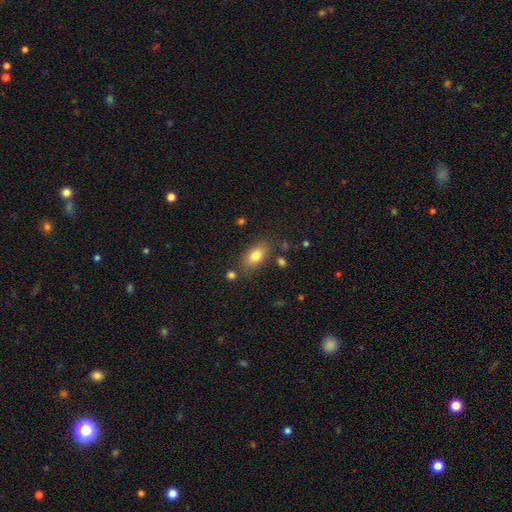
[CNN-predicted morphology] smooth-or-featured: smooth: 81% | featured or disk: 11% | star or artifact: 8%
  how-rounded: in between: 88% | round: 7% | cigar-shaped: 5%
  merging: none: 76% | minor disturbance: 15% | merger: 5% | major disturbance: 4%